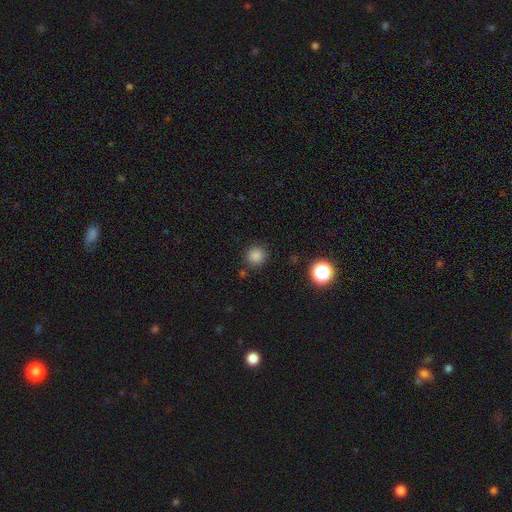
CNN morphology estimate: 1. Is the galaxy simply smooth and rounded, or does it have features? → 83% smooth, 14% star or artifact, 4% featured or disk.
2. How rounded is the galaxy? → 92% round, 7% in between, 1% cigar-shaped.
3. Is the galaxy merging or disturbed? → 86% none, 8% minor disturbance, 3% major disturbance, 3% merger.